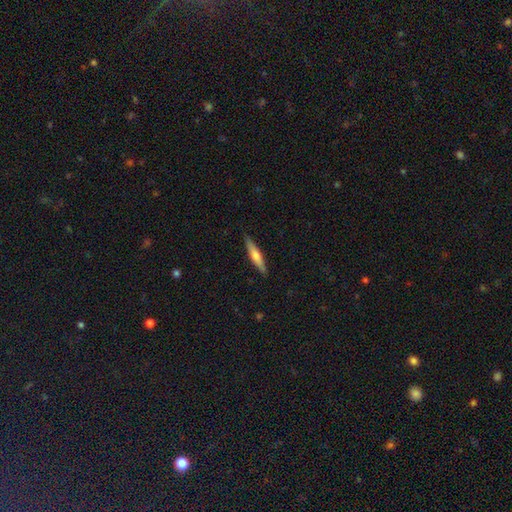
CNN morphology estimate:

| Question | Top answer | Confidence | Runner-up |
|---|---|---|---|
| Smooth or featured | smooth | 49% | featured or disk (45%) |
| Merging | none | 89% | minor disturbance (8%) |